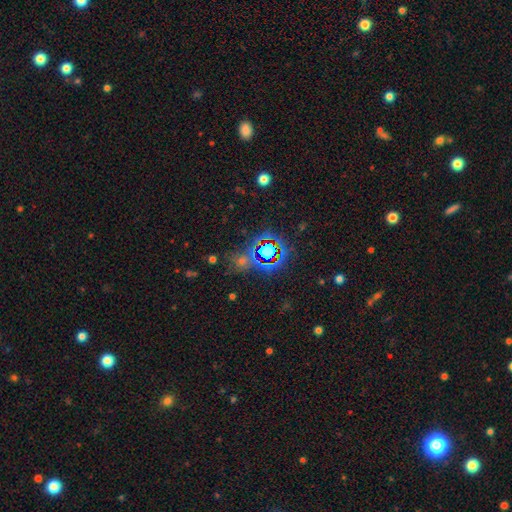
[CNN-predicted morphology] A star or artifact, not a galaxy (58%).

Vote fractions:
- Smooth or featured? star or artifact: 58% / smooth: 27% / featured or disk: 15%